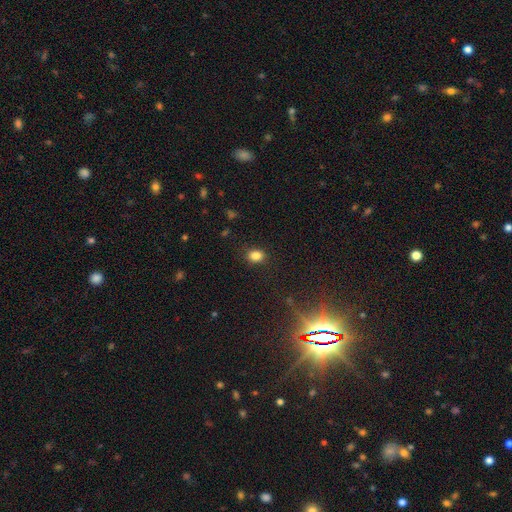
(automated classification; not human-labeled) smooth 84%, star or artifact 12%, featured or disk 5%. Down the decision tree: how rounded — in between (55%); merging — none (85%).